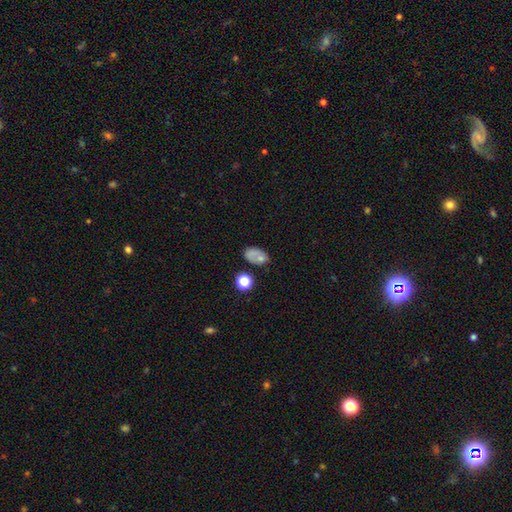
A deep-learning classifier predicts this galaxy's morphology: Smooth or featured? Predicted: smooth (p=0.65). How rounded? Predicted: in between (p=0.81). Merging? Predicted: none (p=0.54).